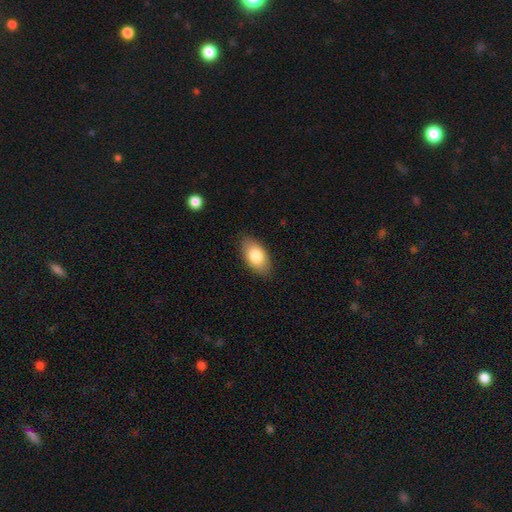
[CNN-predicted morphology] A smooth galaxy with no disk features (80%) that is in between round and cigar-shaped (93%).

Vote fractions:
- Smooth or featured? smooth: 80% / featured or disk: 13% / star or artifact: 7%
- How rounded? in between: 93% / round: 4% / cigar-shaped: 3%
- Merging? none: 85% / minor disturbance: 11% / major disturbance: 2% / merger: 1%